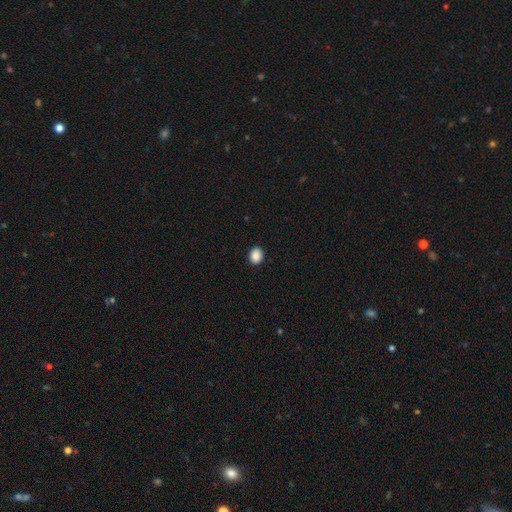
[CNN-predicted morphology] smooth_or_featured: smooth (p=0.89) [alt: star or artifact p=0.09]
how_rounded: round (p=0.52) [alt: in between p=0.47]
merging: none (p=0.91) [alt: minor disturbance p=0.06]